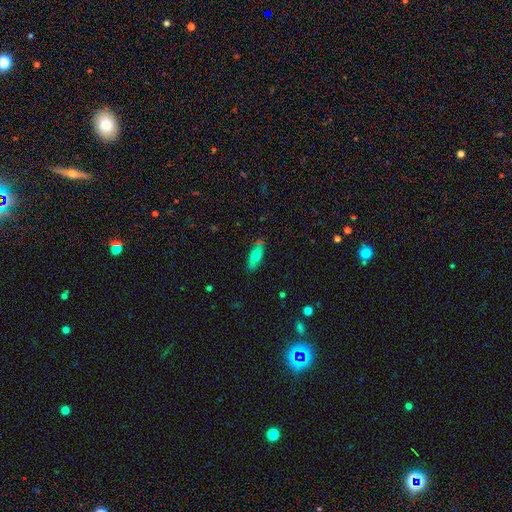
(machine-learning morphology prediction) A smooth galaxy with no disk features (72%) that is in between round and cigar-shaped (64%).

Vote fractions:
- Smooth or featured? smooth: 72% / featured or disk: 20% / star or artifact: 8%
- How rounded? in between: 64% / cigar-shaped: 33% / round: 3%
- Merging? none: 77% / minor disturbance: 15% / merger: 5% / major disturbance: 3%